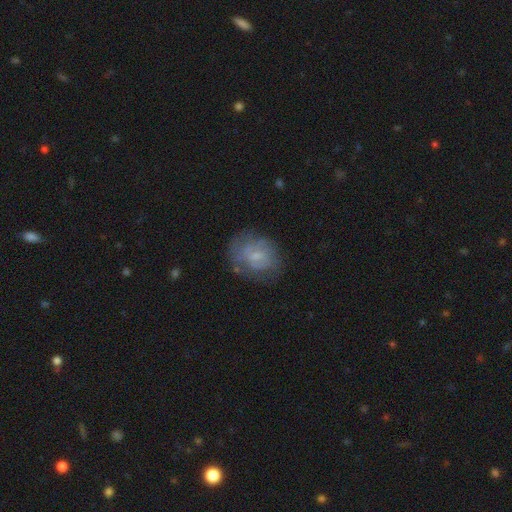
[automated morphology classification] Q: Smooth or featured?
A: featured or disk (48%); runner-up: smooth (43%)
Q: Merging?
A: none (60%); runner-up: minor disturbance (23%)